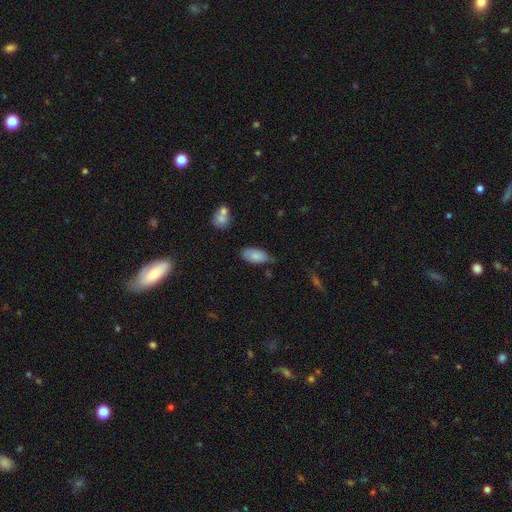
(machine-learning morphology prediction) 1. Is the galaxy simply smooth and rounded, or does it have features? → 80% smooth, 13% featured or disk, 7% star or artifact.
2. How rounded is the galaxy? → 93% in between, 5% cigar-shaped, 3% round.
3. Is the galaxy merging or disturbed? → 51% none, 38% minor disturbance, 7% major disturbance, 4% merger.